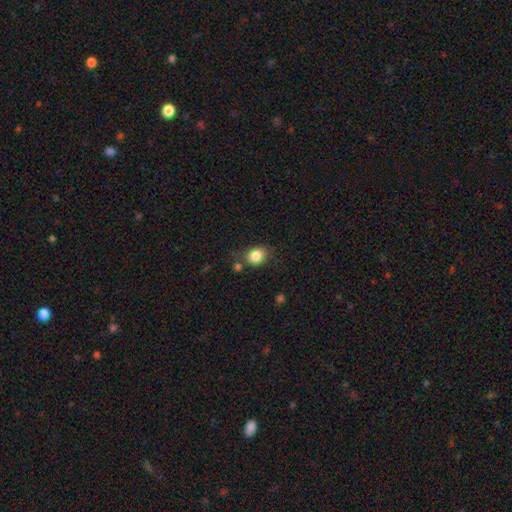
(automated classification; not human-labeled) smooth 84%, star or artifact 10%, featured or disk 6%. Down the decision tree: how rounded — round (58%); merging — none (70%).